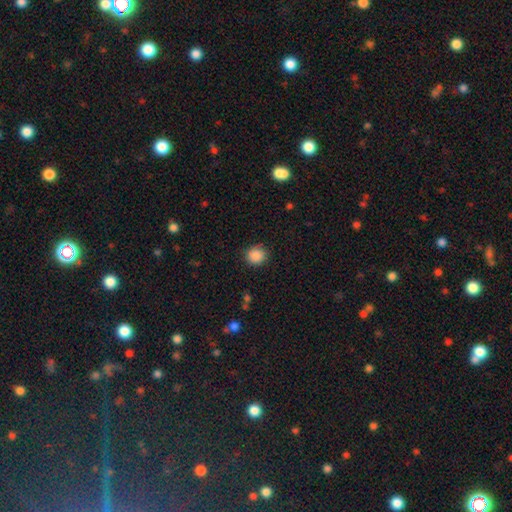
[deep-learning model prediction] A smooth galaxy with no disk features (87%) that is round (85%).

Vote fractions:
- Smooth or featured? smooth: 87% / star or artifact: 9% / featured or disk: 4%
- How rounded? round: 85% / in between: 14% / cigar-shaped: 1%
- Merging? none: 84% / minor disturbance: 12% / major disturbance: 3% / merger: 1%